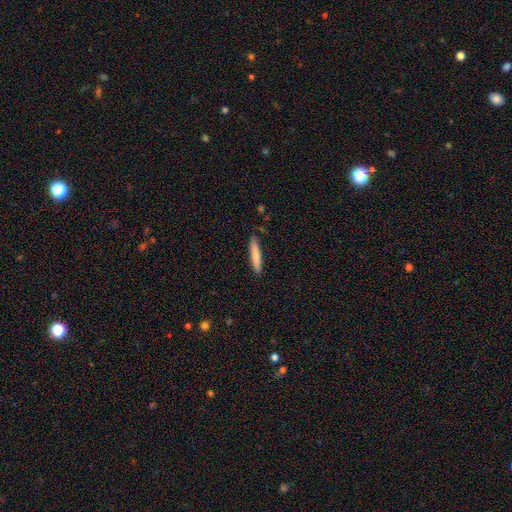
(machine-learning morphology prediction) A smooth galaxy with no disk features (75%) that is cigar-shaped (91%). Merging: none (87%).